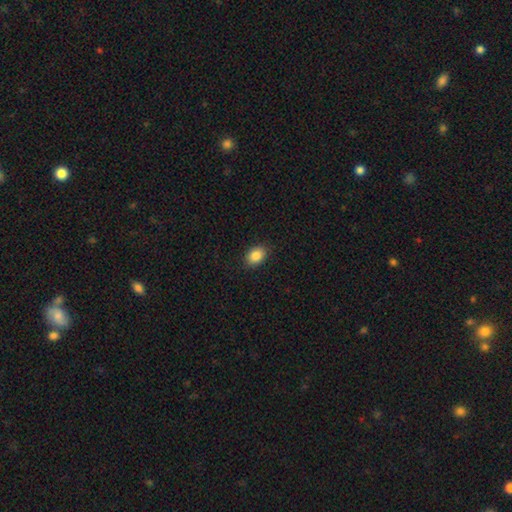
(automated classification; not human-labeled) smooth 87%, star or artifact 8%, featured or disk 5%. Down the decision tree: how rounded — in between (75%); merging — none (88%).